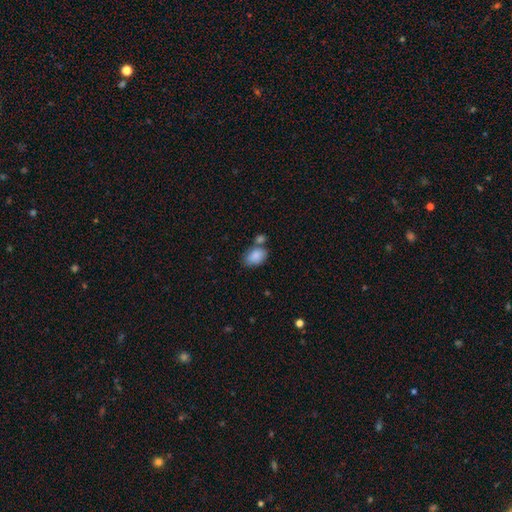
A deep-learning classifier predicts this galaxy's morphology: type=smooth (87%); roundness=in between (85%); merging=none (51%).